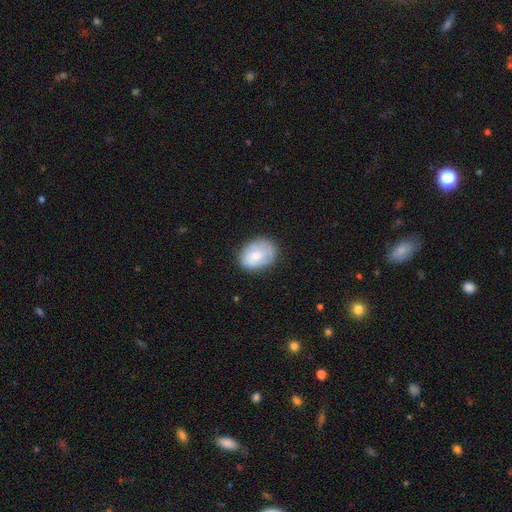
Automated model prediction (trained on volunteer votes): This is likely a smooth galaxy (71%). How rounded: likely in between (70%). Merging: likely none (73%).